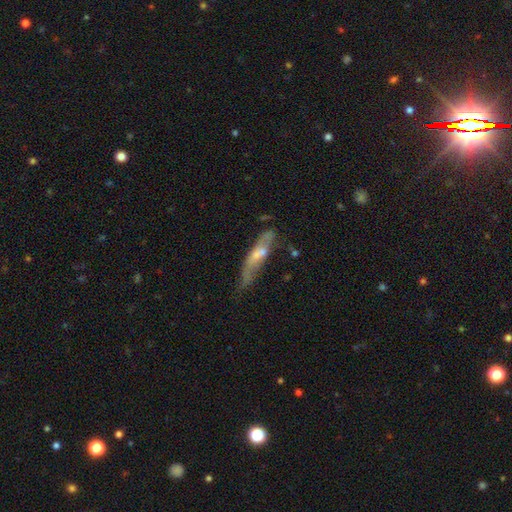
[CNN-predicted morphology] A featured or disk galaxy (53%) viewed edge-on (54%). Merging: none (47%).